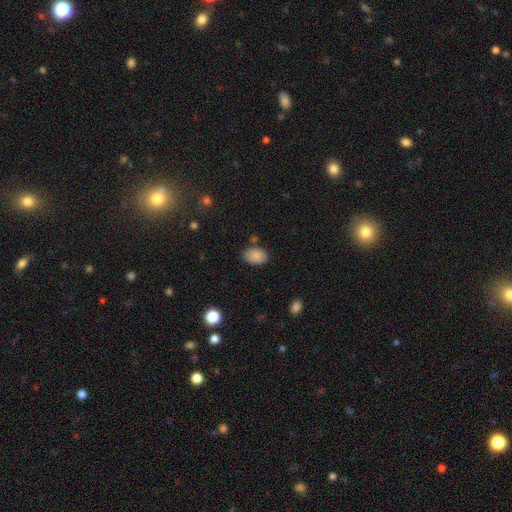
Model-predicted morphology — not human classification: The model was most divided on "merging": none: 78%, minor disturbance: 14%, merger: 5%, major disturbance: 3%. More confident: how rounded — in between (88%); smooth or featured — smooth (87%).